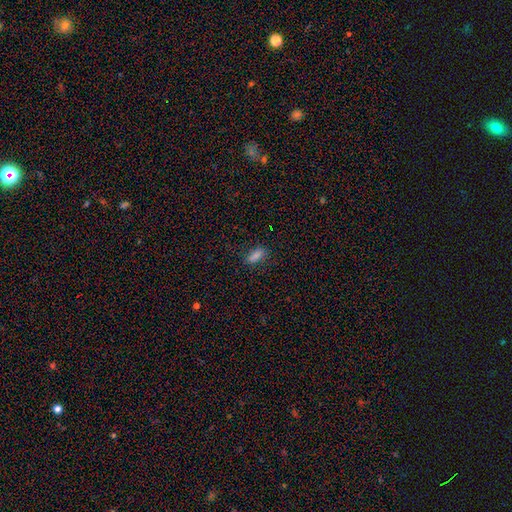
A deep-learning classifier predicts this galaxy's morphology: A smooth galaxy with no disk features (77%) that is in between round and cigar-shaped (69%). Merging: none (78%).